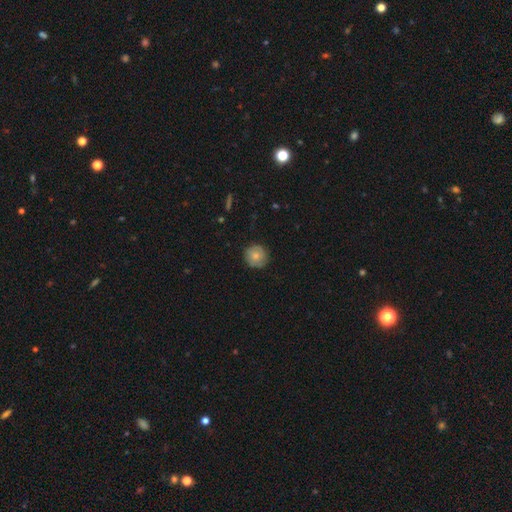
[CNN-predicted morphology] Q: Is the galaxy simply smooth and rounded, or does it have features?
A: smooth — 60%.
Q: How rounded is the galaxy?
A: round — 93%.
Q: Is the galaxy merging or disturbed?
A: none — 83%.